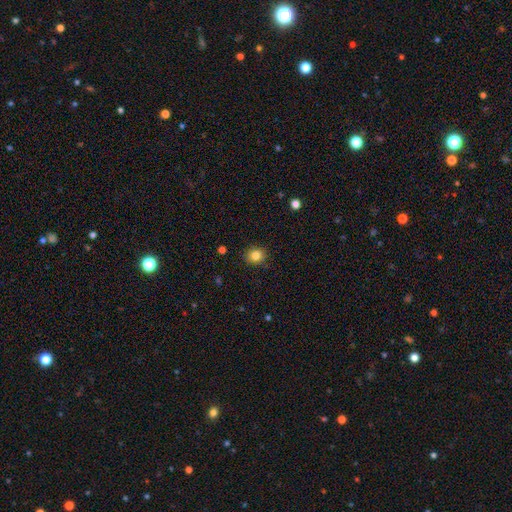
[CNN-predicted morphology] A smooth galaxy with no disk features (83%) that is round (77%).

Vote fractions:
- Smooth or featured? smooth: 83% / star or artifact: 11% / featured or disk: 6%
- How rounded? round: 77% / in between: 22% / cigar-shaped: 1%
- Merging? none: 90% / minor disturbance: 7% / major disturbance: 2% / merger: 1%